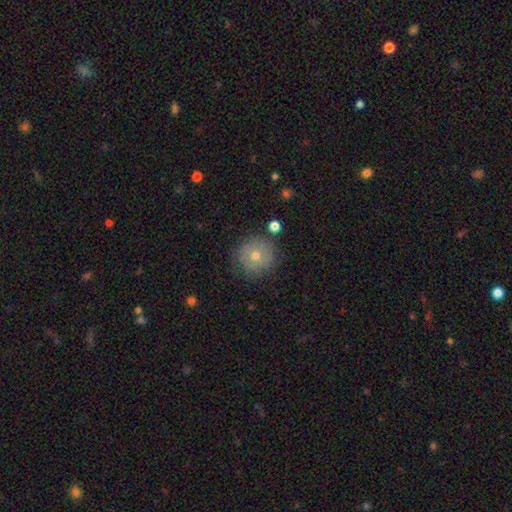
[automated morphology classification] A smooth galaxy with no disk features (63%) that is round (95%). Merging: none (84%).